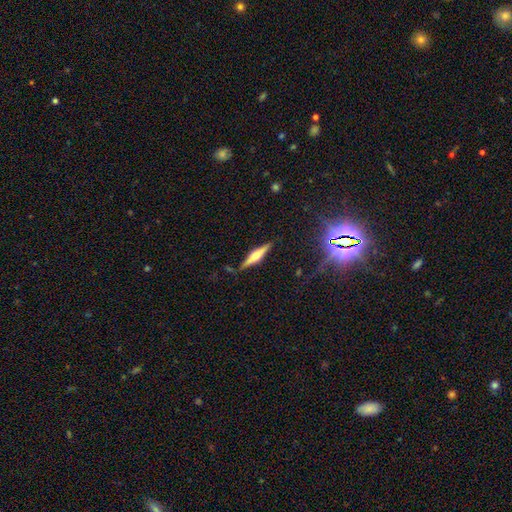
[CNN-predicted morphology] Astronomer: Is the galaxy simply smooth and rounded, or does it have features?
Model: featured or disk — 70%.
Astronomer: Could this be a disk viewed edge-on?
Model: yes — 97%.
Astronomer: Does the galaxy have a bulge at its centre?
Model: rounded — 87%.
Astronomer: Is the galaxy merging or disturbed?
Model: none — 86%.